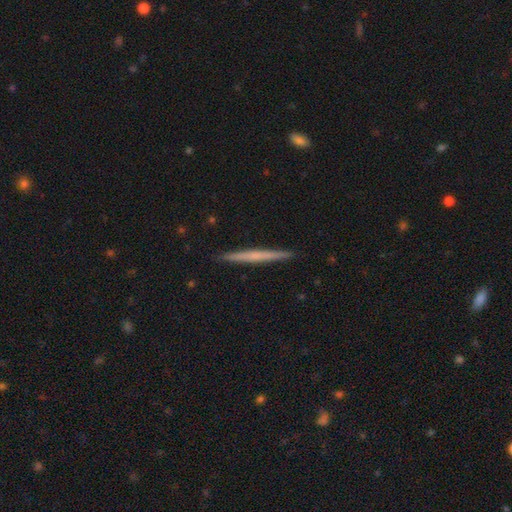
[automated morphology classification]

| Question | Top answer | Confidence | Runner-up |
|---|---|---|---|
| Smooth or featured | featured or disk | 50% | smooth (44%) |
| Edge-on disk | yes | 98% | no (2%) |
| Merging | none | 93% | minor disturbance (5%) |